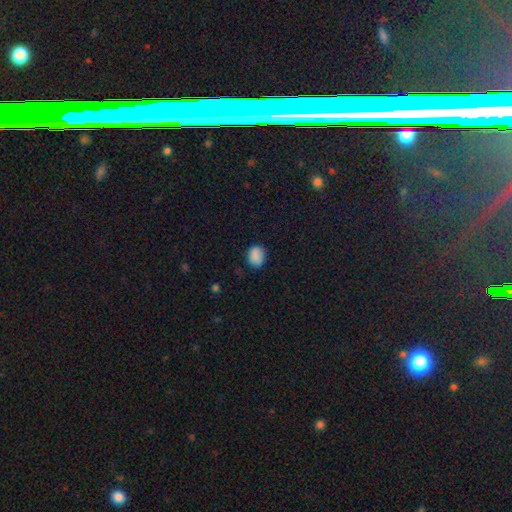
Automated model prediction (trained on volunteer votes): Smooth or featured: smooth — 86% (star or artifact — 9%)
How rounded: in between — 52% (round — 48%)
Merging: none — 77% (minor disturbance — 18%)